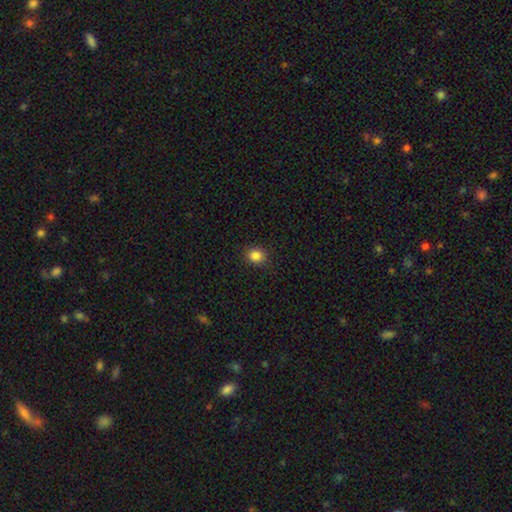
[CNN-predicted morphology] This is clearly a smooth galaxy (85%). How rounded: likely round (71%). Merging: clearly none (89%).